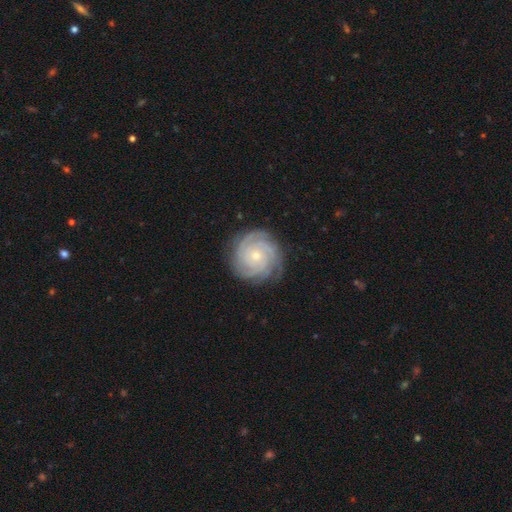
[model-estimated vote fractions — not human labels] Morphology: type=featured or disk (87%); edge-on=no (98%); bar=no (79%); spiral arms=yes (98%); winding=tight (82%); arm count=4 (30%); bulge=small (65%); merging=none (83%).